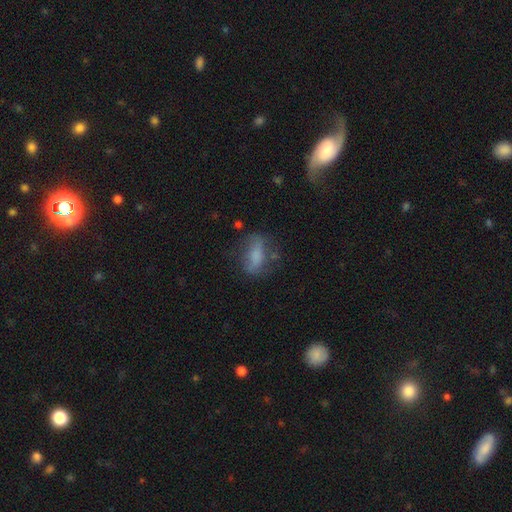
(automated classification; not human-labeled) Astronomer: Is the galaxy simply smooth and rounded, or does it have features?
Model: smooth — 63%.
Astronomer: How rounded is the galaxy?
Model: in between — 76%.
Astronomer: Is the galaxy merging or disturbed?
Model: none — 53%.